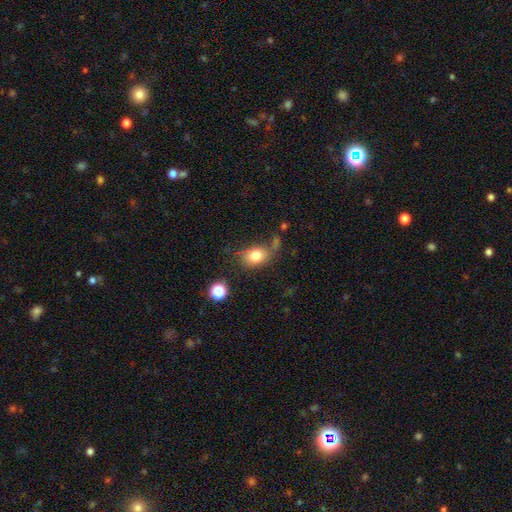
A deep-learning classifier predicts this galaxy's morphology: The model was most divided on "how rounded": in between: 66%, round: 32%, cigar-shaped: 1%. More confident: smooth or featured — smooth (80%); merging — none (62%).